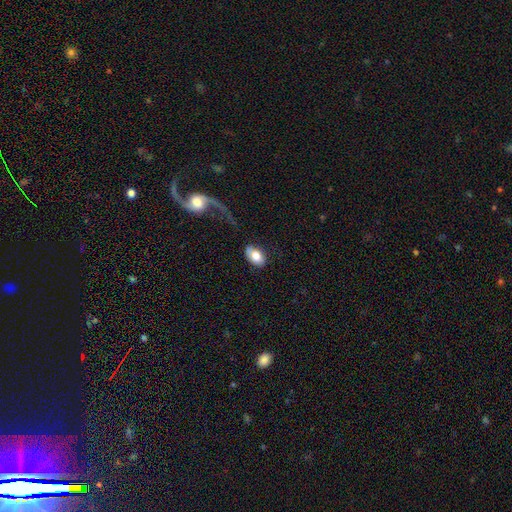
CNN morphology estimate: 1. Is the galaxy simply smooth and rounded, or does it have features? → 74% smooth, 19% featured or disk, 7% star or artifact.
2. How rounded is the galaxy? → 89% in between, 10% round, 2% cigar-shaped.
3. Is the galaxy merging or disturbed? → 67% none, 18% minor disturbance, 10% major disturbance, 5% merger.